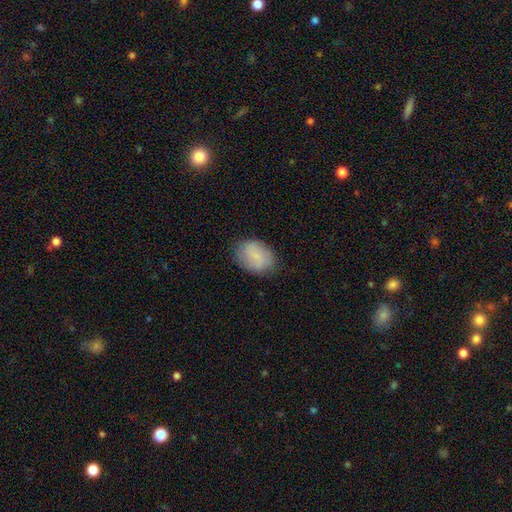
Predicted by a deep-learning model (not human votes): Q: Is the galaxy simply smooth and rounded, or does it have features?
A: smooth — 79%.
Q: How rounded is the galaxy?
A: in between — 75%.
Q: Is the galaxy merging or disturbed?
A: none — 80%.